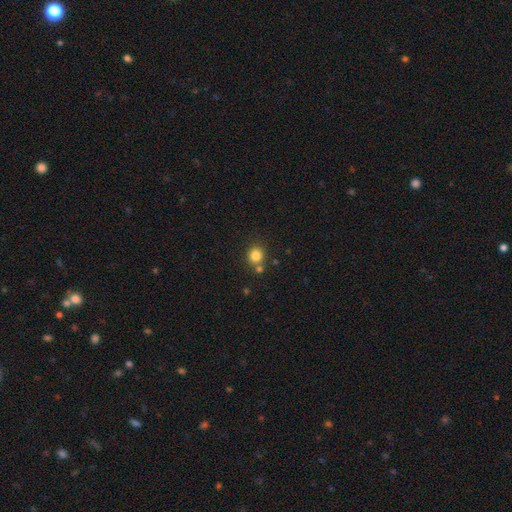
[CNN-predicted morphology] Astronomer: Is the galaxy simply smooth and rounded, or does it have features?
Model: smooth — 83%.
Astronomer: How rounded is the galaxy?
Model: round — 88%.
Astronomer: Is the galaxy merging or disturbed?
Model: none — 71%.